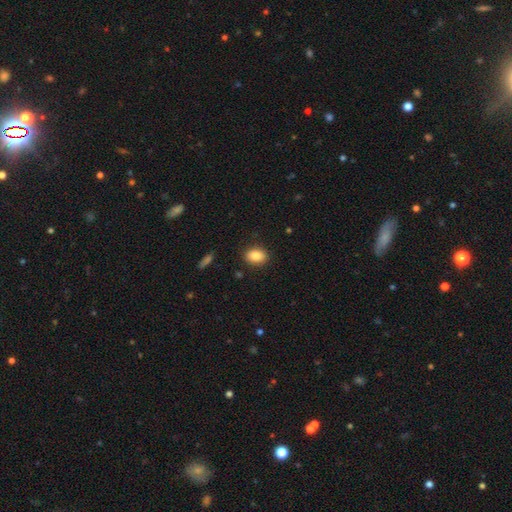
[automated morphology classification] Smooth or featured? Predicted: smooth (p=0.86). How rounded? Predicted: in between (p=0.79). Merging? Predicted: none (p=0.87).